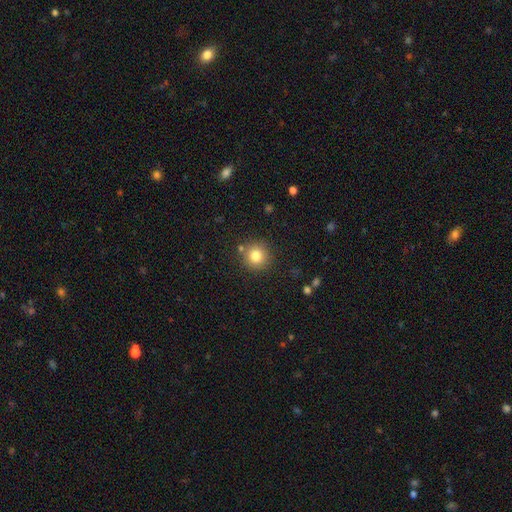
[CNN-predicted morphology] This is clearly a smooth galaxy (80%). How rounded: clearly round (94%). Merging: clearly none (85%).